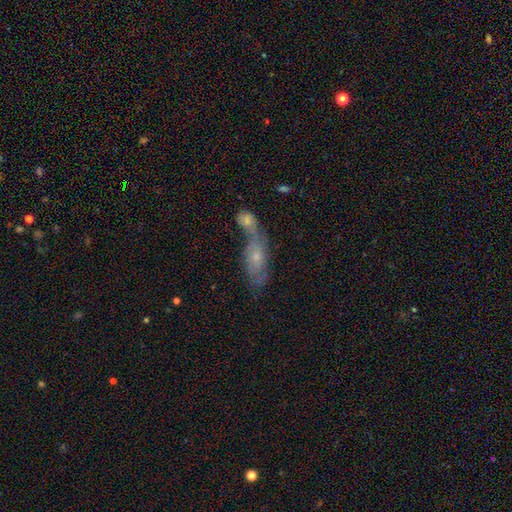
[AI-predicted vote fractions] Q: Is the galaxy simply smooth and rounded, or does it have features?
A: featured or disk — 51%.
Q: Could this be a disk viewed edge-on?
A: no — 82%.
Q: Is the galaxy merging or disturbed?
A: merger — 57%.